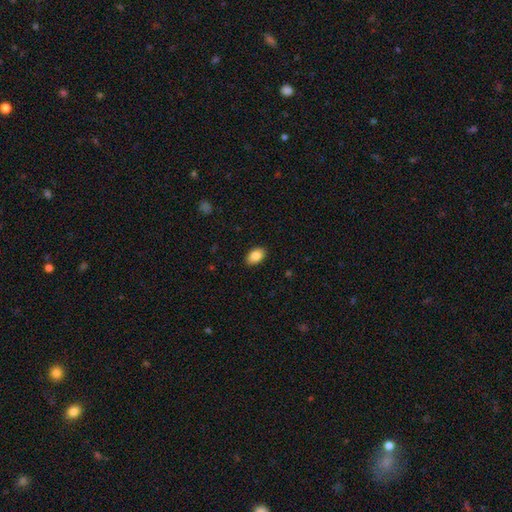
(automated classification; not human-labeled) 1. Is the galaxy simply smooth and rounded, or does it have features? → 86% smooth, 7% star or artifact, 6% featured or disk.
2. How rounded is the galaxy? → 90% in between, 8% round, 1% cigar-shaped.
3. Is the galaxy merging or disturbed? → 89% none, 8% minor disturbance, 2% major disturbance, 1% merger.